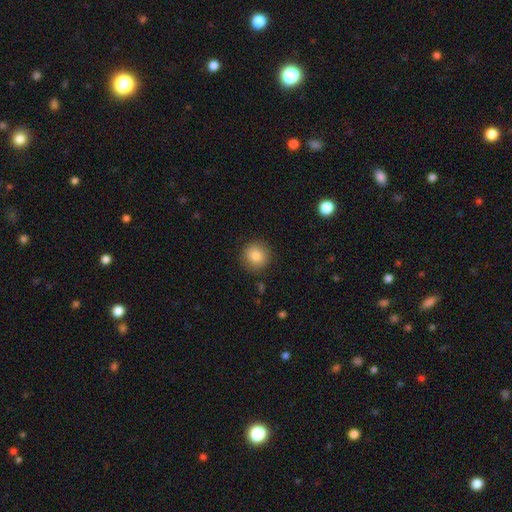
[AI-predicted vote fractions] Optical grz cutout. It shows a smooth galaxy with no disk features (84%) that is round (93%). Merging: none (89%).